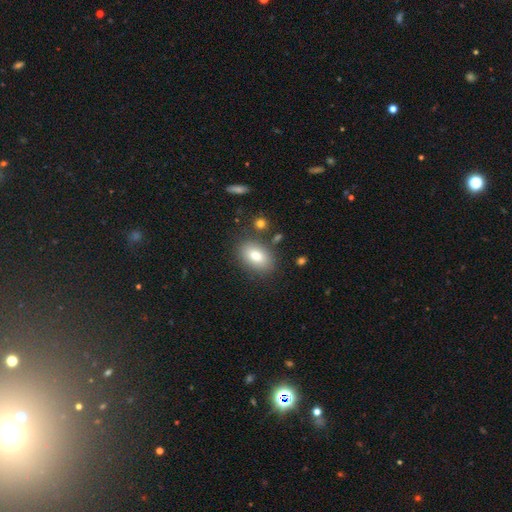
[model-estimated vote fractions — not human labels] Morphology: type=smooth (82%); roundness=in between (89%); merging=none (82%).